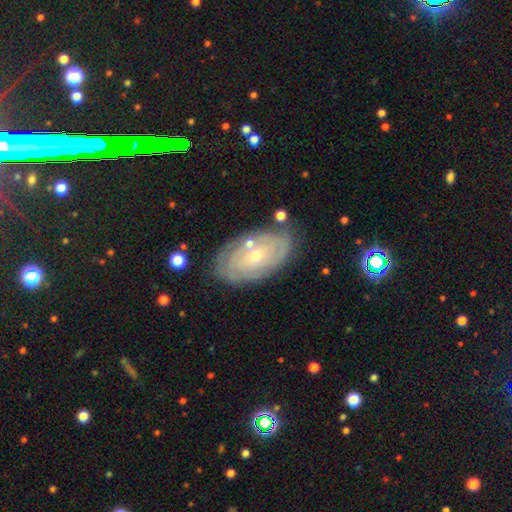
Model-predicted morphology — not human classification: Smooth or featured? Predicted: featured or disk (p=0.73). Edge-on disk? Predicted: no (p=0.94). Bar? Predicted: no (p=0.78). Spiral arms? Predicted: yes (p=0.83). Spiral winding? Predicted: tight (p=0.79). Spiral arm count? Predicted: can't tell (p=0.57). Bulge size? Predicted: small (p=0.73). Merging? Predicted: none (p=0.78).